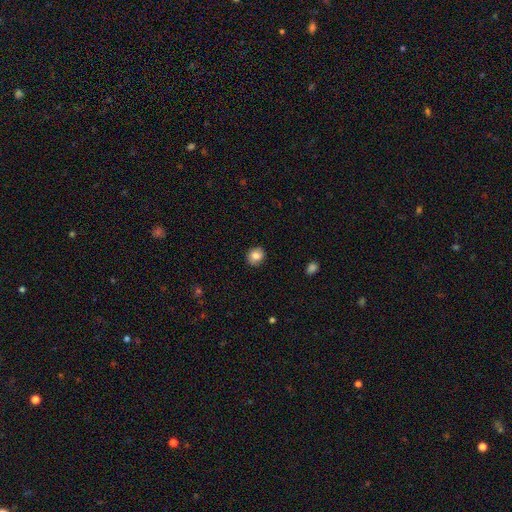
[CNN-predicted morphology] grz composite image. It shows a smooth galaxy with no disk features (81%) that is round (80%). Merging: none (84%).